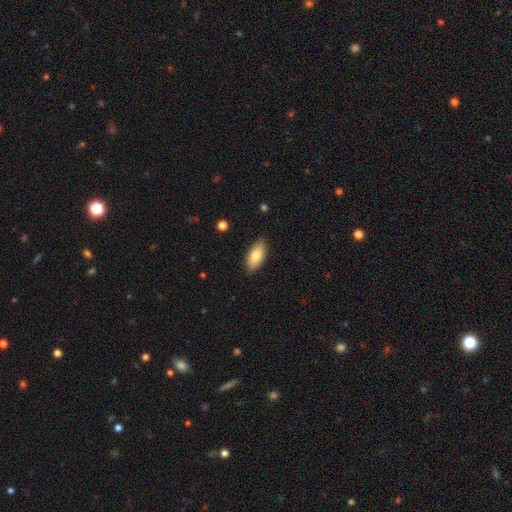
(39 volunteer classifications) Q: Smooth or featured?
A: smooth (77%); runner-up: featured or disk (18%)
Q: How rounded?
A: in between (93%); runner-up: cigar-shaped (7%)
Q: Merging?
A: none (92%); runner-up: minor disturbance (5%)